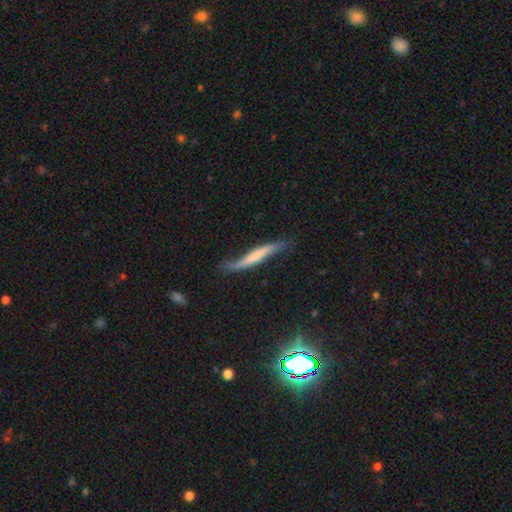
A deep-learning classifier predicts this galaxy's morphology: Overall: featured or disk (55%; smooth 38%). Edge-on disk: yes (67%; no 33%). Merging: none (53%; minor disturbance 31%).